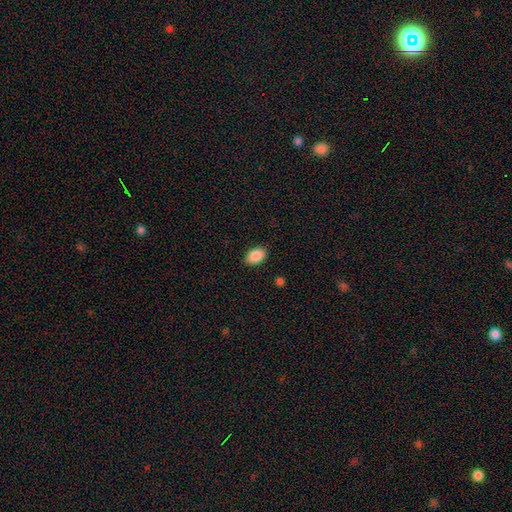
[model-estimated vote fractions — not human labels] Morphology: type=smooth (89%); roundness=in between (87%); merging=none (89%).